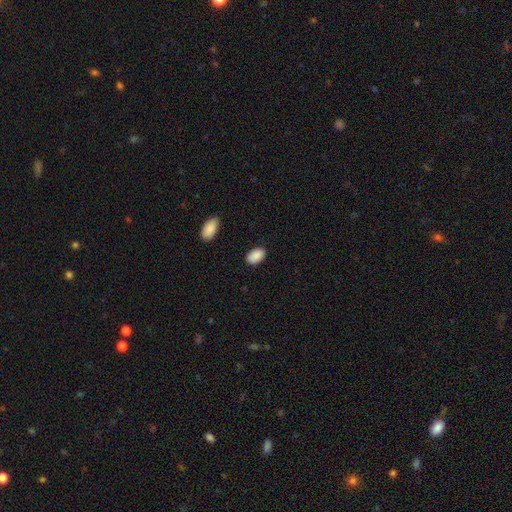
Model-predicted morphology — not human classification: A smooth galaxy with no disk features (90%) that is in between round and cigar-shaped (93%).

Vote fractions:
- Smooth or featured? smooth: 90% / star or artifact: 7% / featured or disk: 3%
- How rounded? in between: 93% / round: 6% / cigar-shaped: 1%
- Merging? none: 86% / minor disturbance: 10% / major disturbance: 2% / merger: 1%